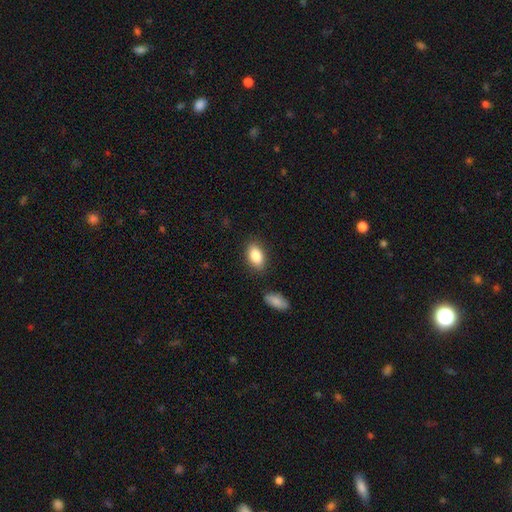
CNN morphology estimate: A smooth galaxy with no disk features (85%) that is in between round and cigar-shaped (90%).

Vote fractions:
- Smooth or featured? smooth: 85% / featured or disk: 8% / star or artifact: 7%
- How rounded? in between: 90% / round: 6% / cigar-shaped: 3%
- Merging? none: 84% / minor disturbance: 10% / merger: 3% / major disturbance: 3%